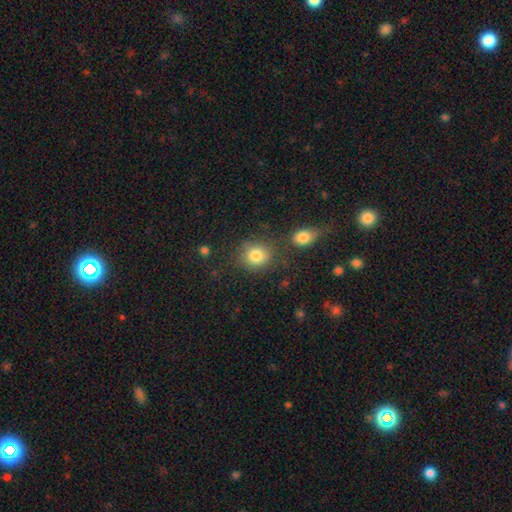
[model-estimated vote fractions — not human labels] Smooth or featured? Predicted: smooth (p=0.83). How rounded? Predicted: round (p=0.79). Merging? Predicted: none (p=0.76).